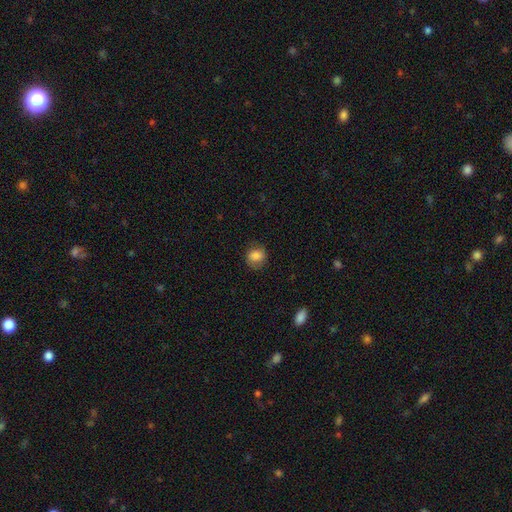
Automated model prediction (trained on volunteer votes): Q: Smooth or featured?
A: smooth (81%); runner-up: star or artifact (9%)
Q: How rounded?
A: round (74%); runner-up: in between (25%)
Q: Merging?
A: none (76%); runner-up: minor disturbance (18%)